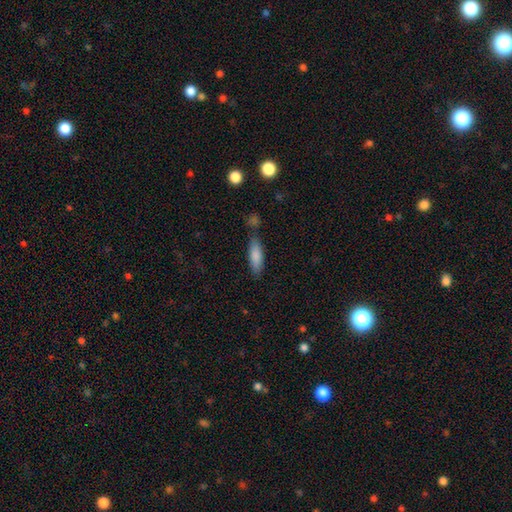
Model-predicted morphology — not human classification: The model was most divided on "how rounded": in between: 51%, cigar-shaped: 47%, round: 2%. More confident: smooth or featured — smooth (85%); merging — none (73%).